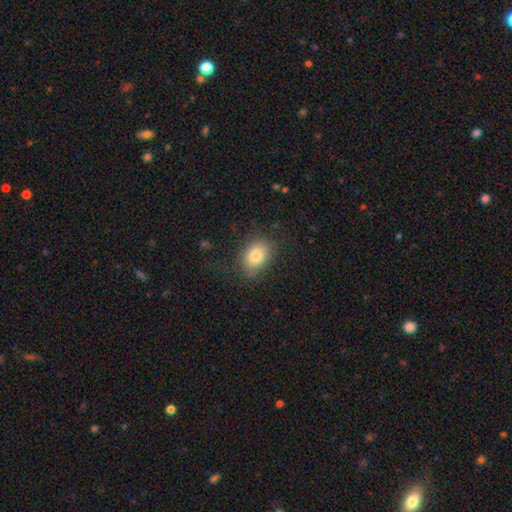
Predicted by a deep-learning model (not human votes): Smooth or featured? smooth (82%)
How rounded? in between (75%)
Merging? none (75%)